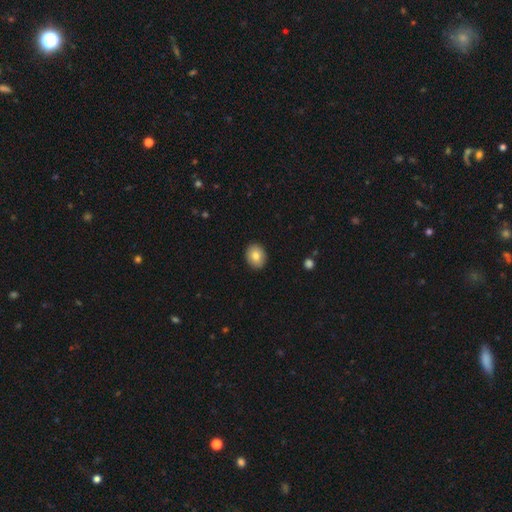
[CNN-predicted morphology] Smooth or featured?
  - smooth: 83% *
  - featured or disk: 10%
  - star or artifact: 8%
How rounded?
  - in between: 56% *
  - round: 43%
  - cigar-shaped: 1%
Merging?
  - none: 90% *
  - minor disturbance: 7%
  - major disturbance: 2%
  - merger: 1%